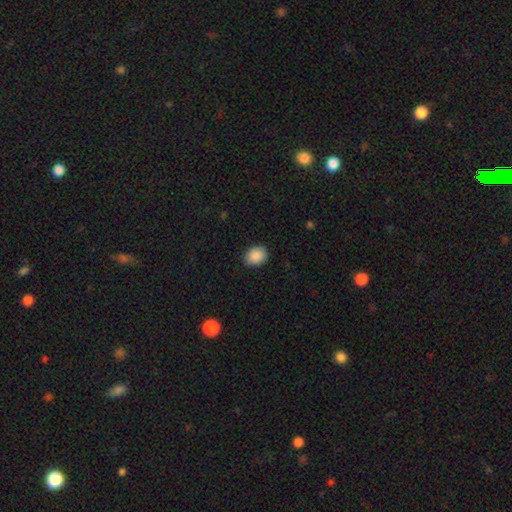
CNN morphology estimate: A smooth galaxy with no disk features (89%) that is in between round and cigar-shaped (56%).

Vote fractions:
- Smooth or featured? smooth: 89% / star or artifact: 8% / featured or disk: 3%
- How rounded? in between: 56% / round: 44% / cigar-shaped: 1%
- Merging? none: 87% / minor disturbance: 10% / major disturbance: 2% / merger: 1%